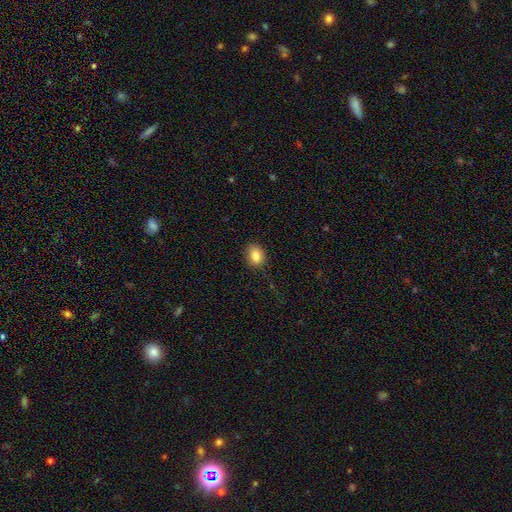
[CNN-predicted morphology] This is clearly a smooth galaxy (85%). How rounded: likely in between (65%). Merging: clearly none (82%).